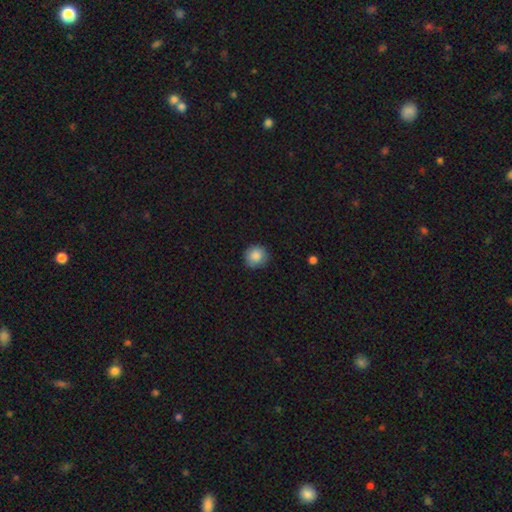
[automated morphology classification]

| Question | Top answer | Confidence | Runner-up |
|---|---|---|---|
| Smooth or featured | smooth | 86% | star or artifact (9%) |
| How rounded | round | 92% | in between (7%) |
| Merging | none | 86% | minor disturbance (10%) |